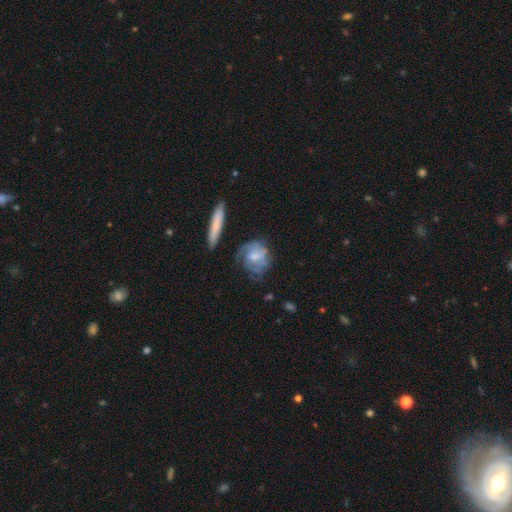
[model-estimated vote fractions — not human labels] Overall: featured or disk (61%; smooth 32%). Edge-on disk: no (94%). Bar: no (53%; weak 39%). Spiral arms: yes (77%). Bulge size: moderate (42%; small 25%). Merging: none (54%; minor disturbance 23%).